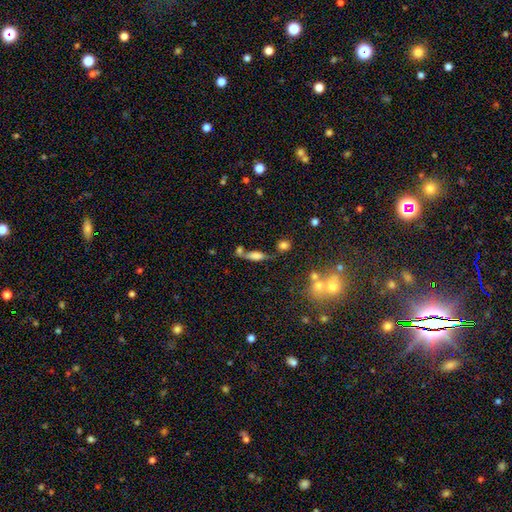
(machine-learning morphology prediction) Smooth or featured: smooth — 55% (featured or disk — 33%)
How rounded: cigar-shaped — 50% (in between — 45%)
Merging: none — 51% (merger — 25%)